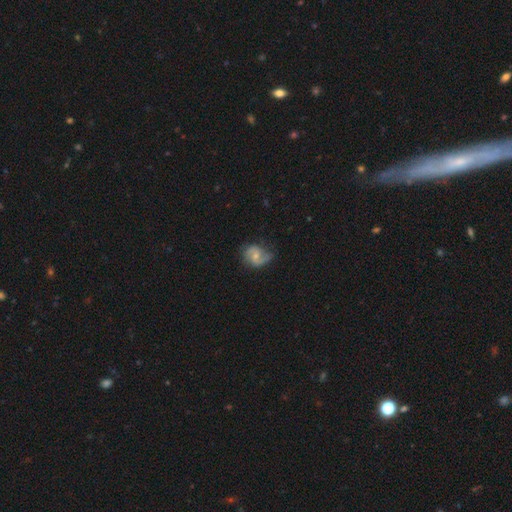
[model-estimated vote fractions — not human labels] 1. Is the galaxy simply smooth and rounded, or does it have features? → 71% featured or disk, 23% smooth, 6% star or artifact.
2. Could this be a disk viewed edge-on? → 98% no, 2% yes.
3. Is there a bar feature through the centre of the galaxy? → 45% weak, 44% no, 11% strong.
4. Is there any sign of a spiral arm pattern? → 92% yes, 8% no.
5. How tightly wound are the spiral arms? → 46% medium, 35% loose, 19% tight.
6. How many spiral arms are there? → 84% 2, 6% 1, 6% can't tell, 1% 3, 1% 4, 1% more than 4.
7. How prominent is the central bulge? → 50% small, 41% moderate, 6% none, 2% large, 1% dominant.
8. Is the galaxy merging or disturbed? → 64% none, 25% minor disturbance, 9% major disturbance, 1% merger.